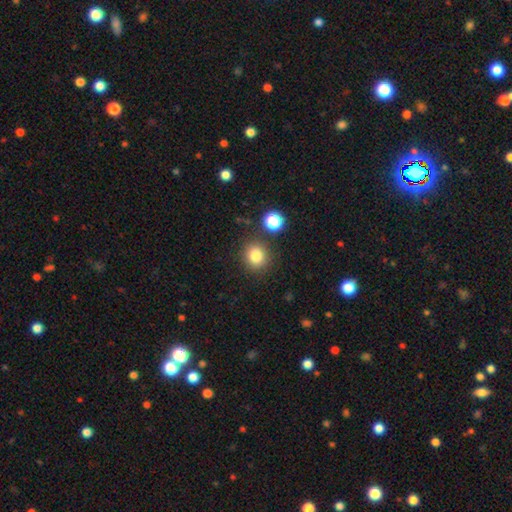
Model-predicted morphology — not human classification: This appears to be a smooth galaxy with no disk features (82%) that is round (83%). Merging: none (83%).